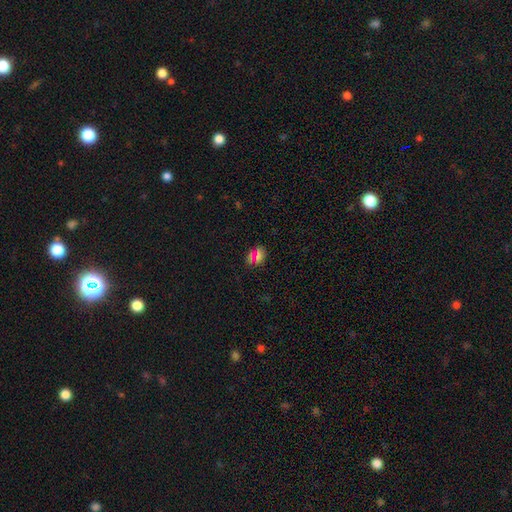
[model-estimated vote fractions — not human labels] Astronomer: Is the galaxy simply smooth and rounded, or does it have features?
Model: smooth — 61%.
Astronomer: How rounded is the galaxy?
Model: in between — 56% (runner-up: round, 39%).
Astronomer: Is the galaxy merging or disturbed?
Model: none — 79%.